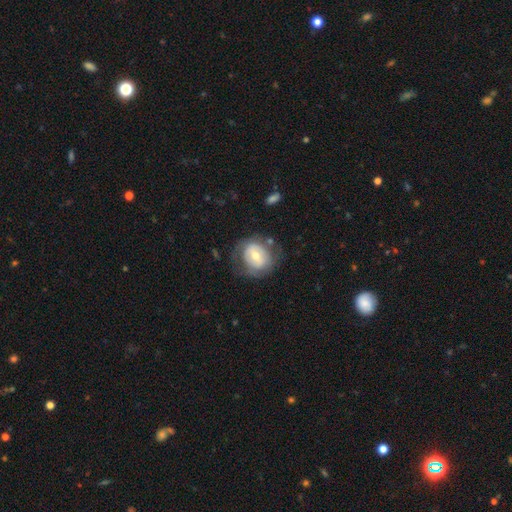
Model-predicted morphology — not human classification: A smooth galaxy with no disk features (47%). Merging: none (62%).